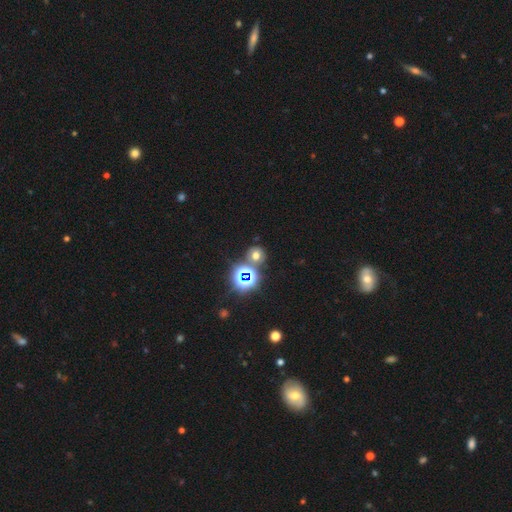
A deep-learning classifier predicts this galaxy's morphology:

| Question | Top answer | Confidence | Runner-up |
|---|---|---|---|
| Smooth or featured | smooth | 52% | star or artifact (37%) |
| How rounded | round | 82% | in between (17%) |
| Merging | none | 69% | merger (16%) |